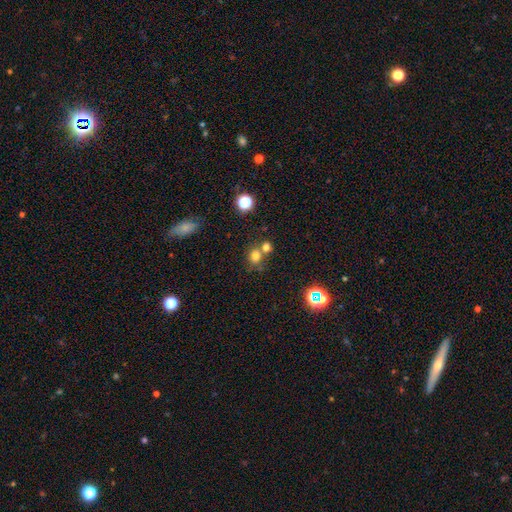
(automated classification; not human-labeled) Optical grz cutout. It shows a smooth galaxy with no disk features (74%) that is round (73%). Merging: none (51%).